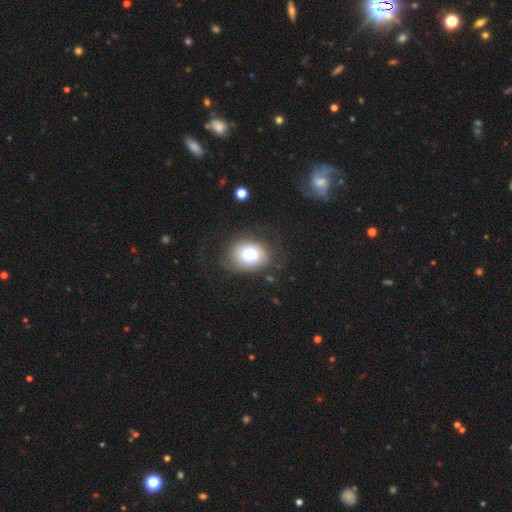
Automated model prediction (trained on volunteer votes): Morphology: type=smooth (59%); roundness=round (58%); merging=none (64%).